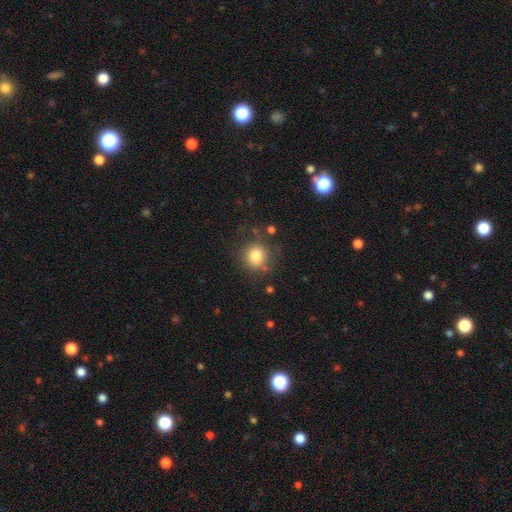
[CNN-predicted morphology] type=smooth (82%); roundness=round (86%); merging=none (74%).